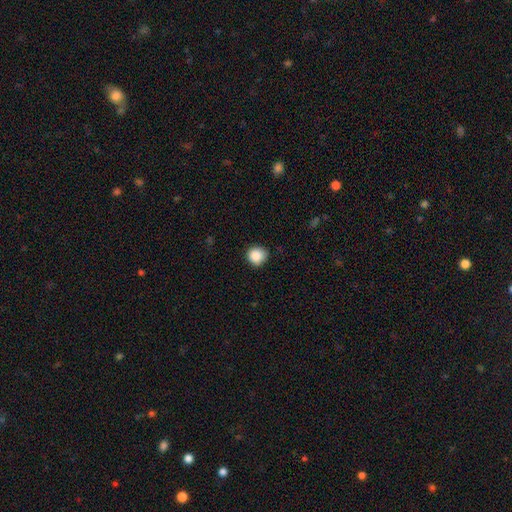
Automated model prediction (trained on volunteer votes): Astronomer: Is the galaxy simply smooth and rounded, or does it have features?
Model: smooth — 88%.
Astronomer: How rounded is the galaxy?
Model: round — 90%.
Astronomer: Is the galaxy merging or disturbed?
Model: none — 83%.